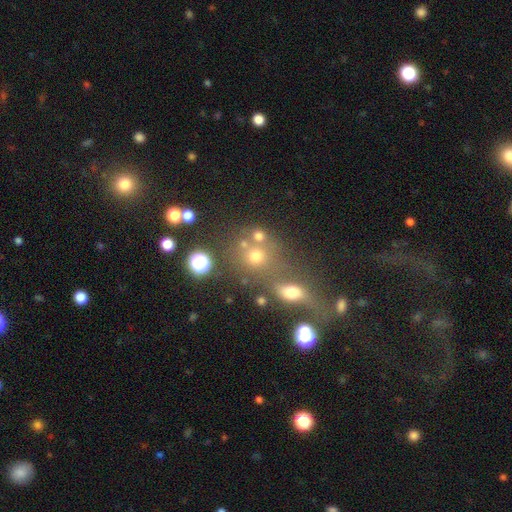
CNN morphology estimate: Smooth or featured: smooth — 64% (star or artifact — 22%)
How rounded: round — 82% (in between — 16%)
Merging: none — 52% (merger — 31%)